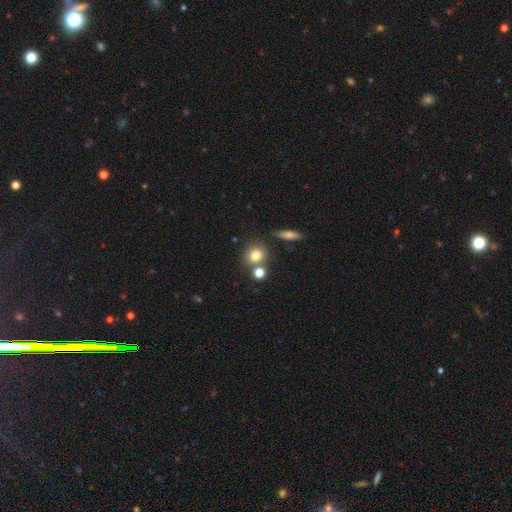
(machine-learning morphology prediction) Overall: smooth (77%). How rounded: round (82%). Merging: none (67%).